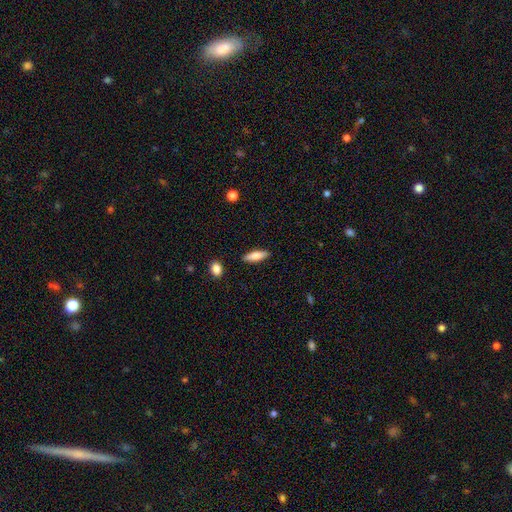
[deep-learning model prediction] Q: Smooth or featured?
A: smooth (71%); runner-up: featured or disk (22%)
Q: How rounded?
A: cigar-shaped (53%); runner-up: in between (45%)
Q: Merging?
A: none (88%); runner-up: minor disturbance (8%)